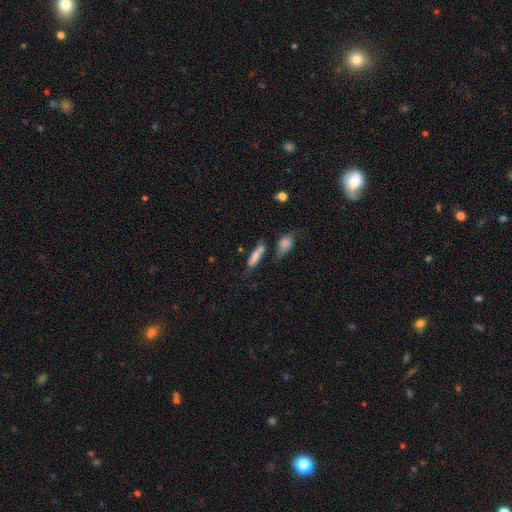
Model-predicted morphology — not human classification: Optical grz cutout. It shows a smooth galaxy with no disk features (70%) that is cigar-shaped (55%). Merging: none (42%).